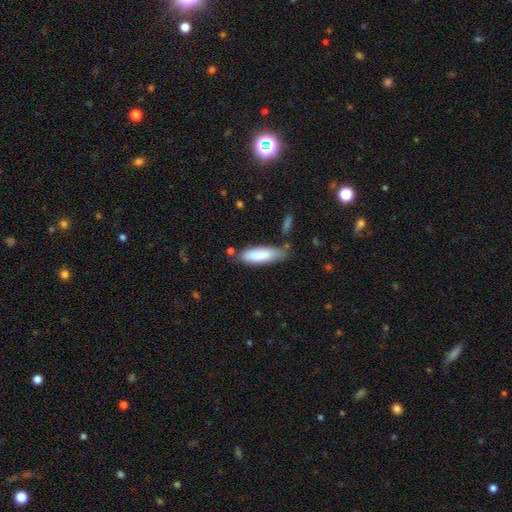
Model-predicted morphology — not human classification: This appears to be a smooth galaxy with no disk features (83%) that is in between round and cigar-shaped (50%). Merging: none (66%).